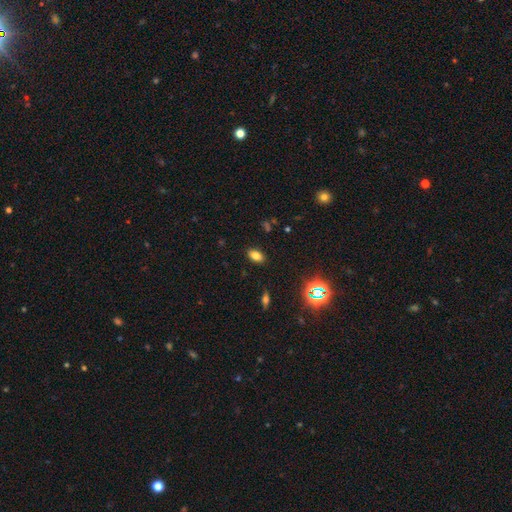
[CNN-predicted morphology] Smooth or featured: smooth — 77% (star or artifact — 15%)
How rounded: in between — 88% (round — 9%)
Merging: none — 87% (minor disturbance — 9%)